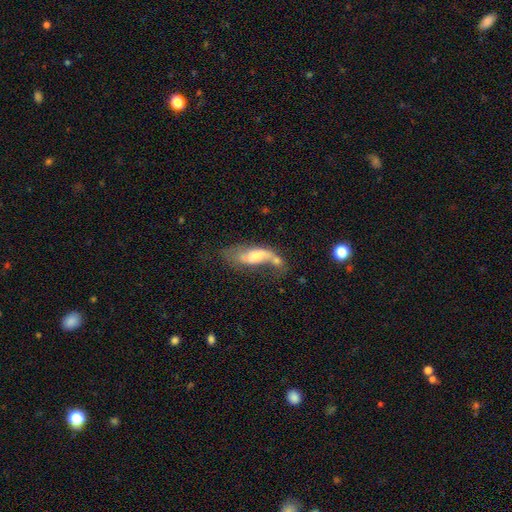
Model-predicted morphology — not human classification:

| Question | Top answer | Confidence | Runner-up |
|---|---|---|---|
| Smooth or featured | featured or disk | 51% | smooth (41%) |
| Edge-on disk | no | 84% | yes (16%) |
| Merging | merger | 29% | none (26%) |